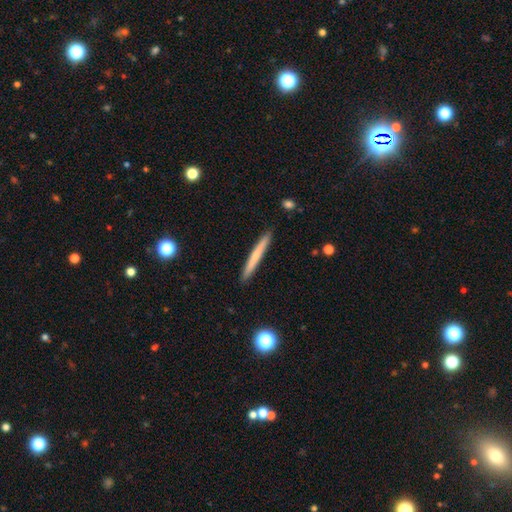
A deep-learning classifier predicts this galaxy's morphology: Overall: smooth (62%; featured or disk 32%). How rounded: cigar-shaped (97%). Merging: none (91%).